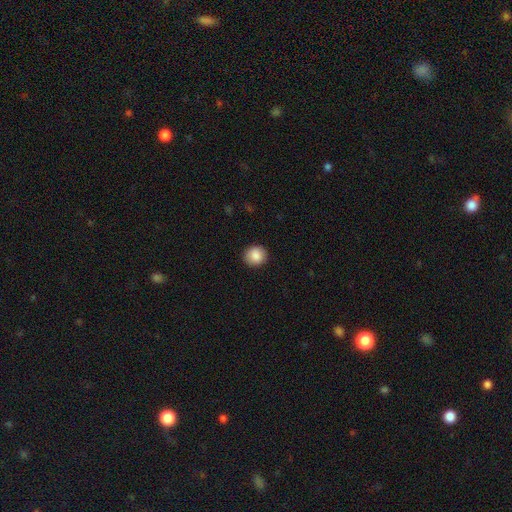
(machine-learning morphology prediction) Q: Smooth or featured?
A: smooth (88%); runner-up: star or artifact (8%)
Q: How rounded?
A: round (85%); runner-up: in between (14%)
Q: Merging?
A: none (90%); runner-up: minor disturbance (7%)